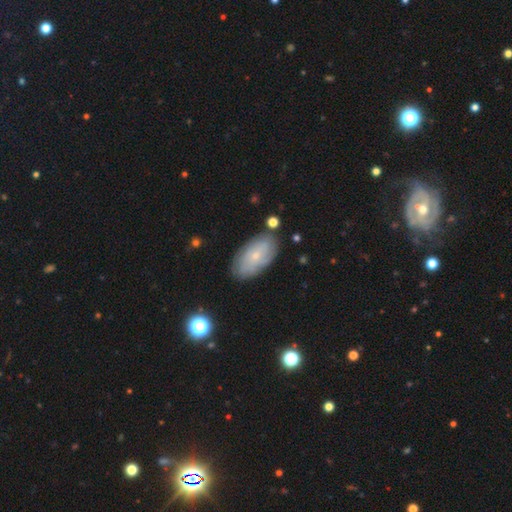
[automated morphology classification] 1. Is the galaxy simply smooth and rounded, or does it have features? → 48% smooth, 44% featured or disk, 8% star or artifact.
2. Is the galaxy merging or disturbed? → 78% none, 16% minor disturbance, 4% major disturbance, 2% merger.